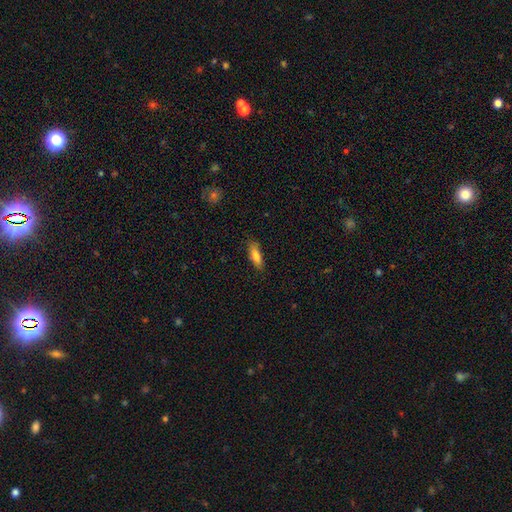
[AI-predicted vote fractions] The model was most divided on "how rounded" (2-way tie): in between: 49%, cigar-shaped: 49%, round: 2%. More confident: merging — none (83%); smooth or featured — smooth (79%).